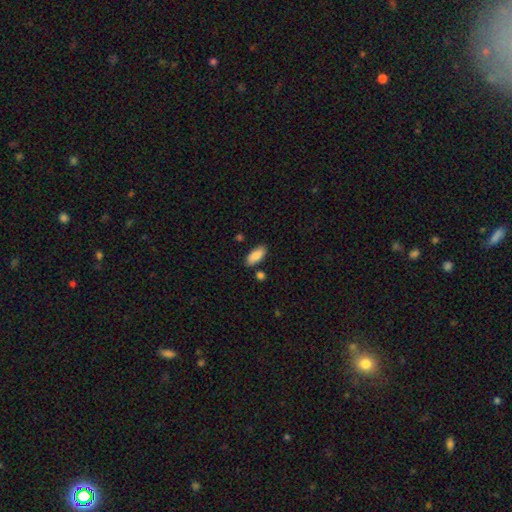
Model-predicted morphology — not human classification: smooth-or-featured: smooth: 88% | star or artifact: 6% | featured or disk: 5%
  how-rounded: in between: 87% | cigar-shaped: 11% | round: 2%
  merging: none: 80% | minor disturbance: 12% | merger: 5% | major disturbance: 3%